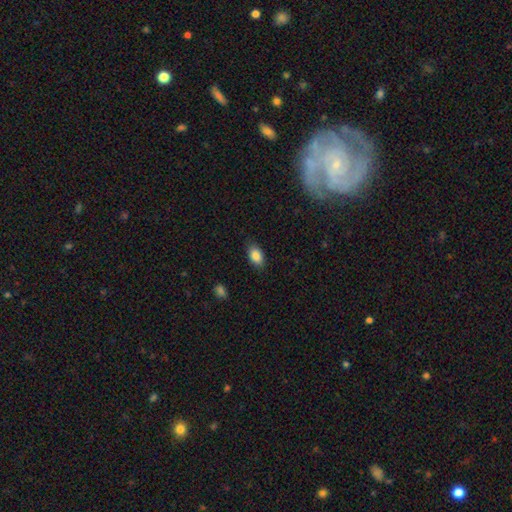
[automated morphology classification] Q: Smooth or featured?
A: smooth (87%); runner-up: star or artifact (8%)
Q: How rounded?
A: in between (91%); runner-up: round (7%)
Q: Merging?
A: none (85%); runner-up: minor disturbance (12%)